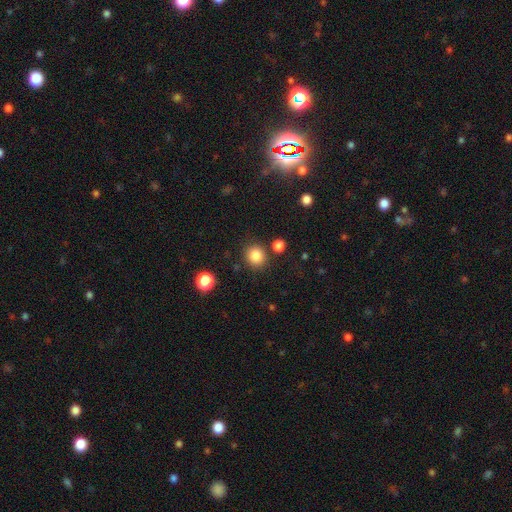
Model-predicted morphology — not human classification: smooth_or_featured: smooth (p=0.85) [alt: star or artifact p=0.11]
how_rounded: round (p=0.86) [alt: in between p=0.13]
merging: none (p=0.84) [alt: minor disturbance p=0.08]